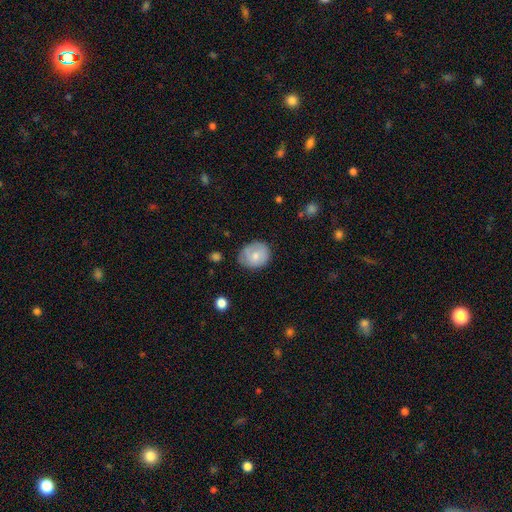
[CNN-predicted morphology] The model was most divided on "how rounded": round: 62%, in between: 37%, cigar-shaped: 1%. More confident: merging — none (67%); smooth or featured — smooth (67%).